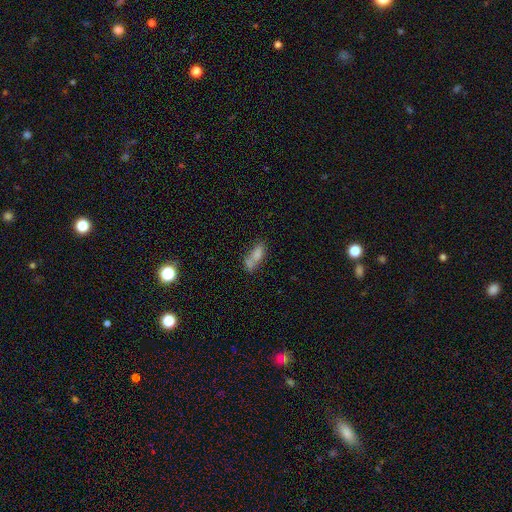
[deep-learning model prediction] smooth 73%, featured or disk 17%, star or artifact 10%. Down the decision tree: how rounded — in between (71%); merging — merger (45%).